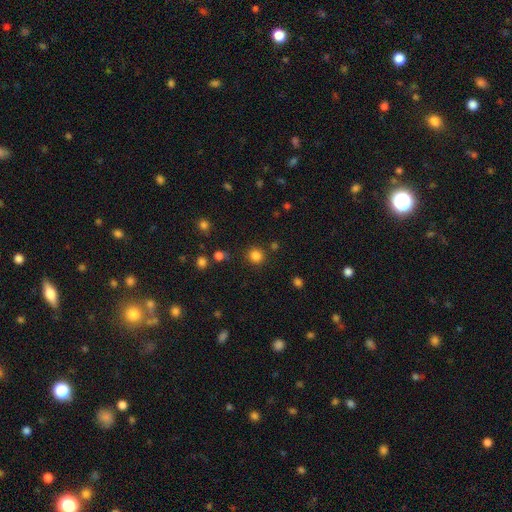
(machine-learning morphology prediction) type=smooth (83%); roundness=round (92%); merging=none (86%).